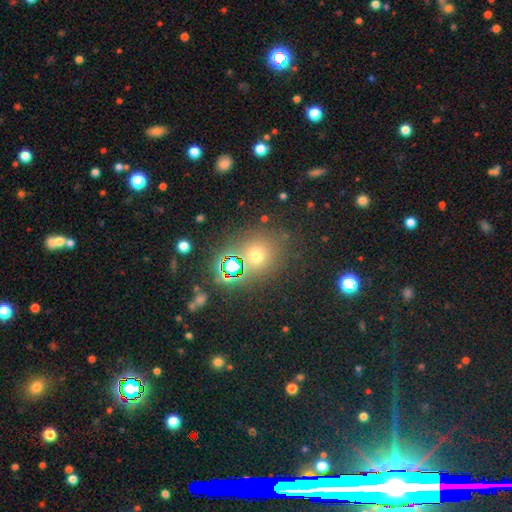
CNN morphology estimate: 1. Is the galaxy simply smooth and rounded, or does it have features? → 60% smooth, 31% star or artifact, 9% featured or disk.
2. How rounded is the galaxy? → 85% round, 13% in between, 1% cigar-shaped.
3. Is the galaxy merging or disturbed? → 76% none, 11% minor disturbance, 8% merger, 5% major disturbance.